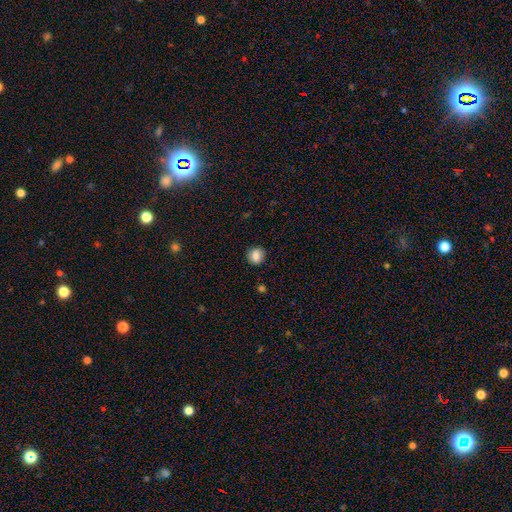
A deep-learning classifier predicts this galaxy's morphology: smooth_or_featured: smooth (p=0.81) [alt: featured or disk p=0.10]
how_rounded: round (p=0.78) [alt: in between p=0.21]
merging: none (p=0.88) [alt: minor disturbance p=0.09]